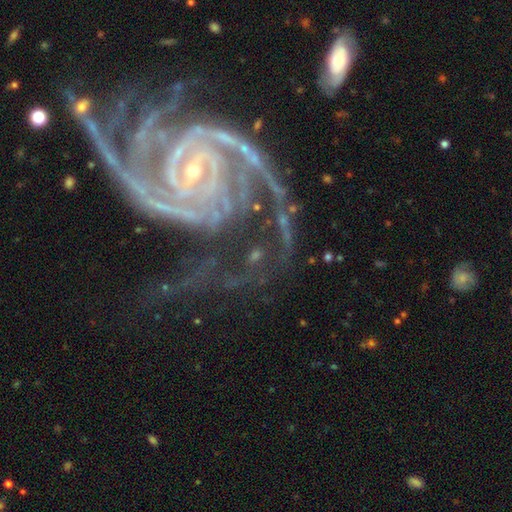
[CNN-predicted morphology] A featured or disk galaxy (80%) with no bar (36%), 2 (31%) tight (50%) spiral arms (94%) and a small central bulge (67%). Merging: none (53%).